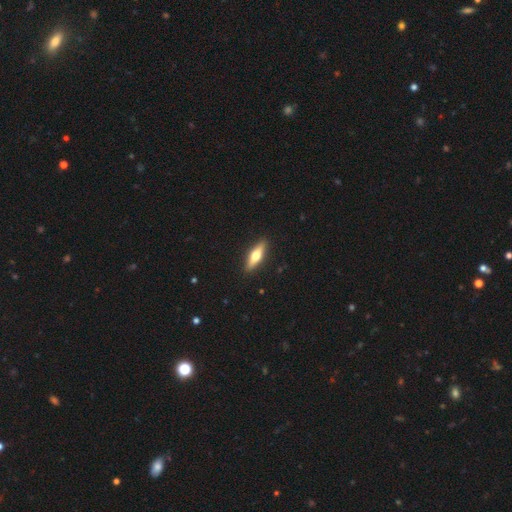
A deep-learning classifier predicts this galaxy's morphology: A smooth galaxy with no disk features (49%). Merging: none (90%).